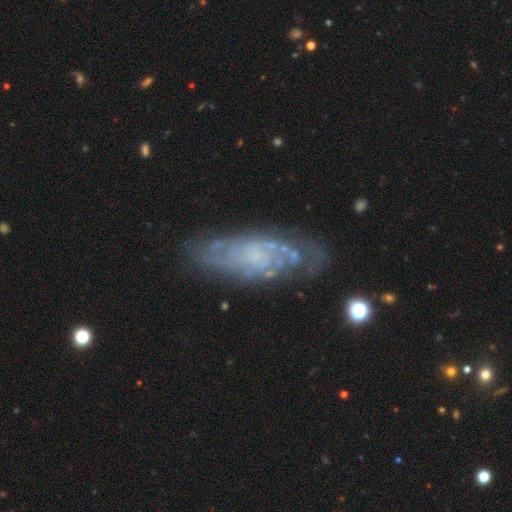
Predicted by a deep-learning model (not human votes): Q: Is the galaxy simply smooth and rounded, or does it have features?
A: featured or disk — 75%.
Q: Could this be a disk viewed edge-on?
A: no — 89%.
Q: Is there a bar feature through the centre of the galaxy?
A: no — 72%.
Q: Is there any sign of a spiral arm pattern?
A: yes — 82%.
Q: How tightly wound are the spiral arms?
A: tight — 52%.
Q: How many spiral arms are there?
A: can't tell — 51%.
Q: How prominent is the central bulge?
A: none — 53%.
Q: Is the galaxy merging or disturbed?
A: none — 69%.